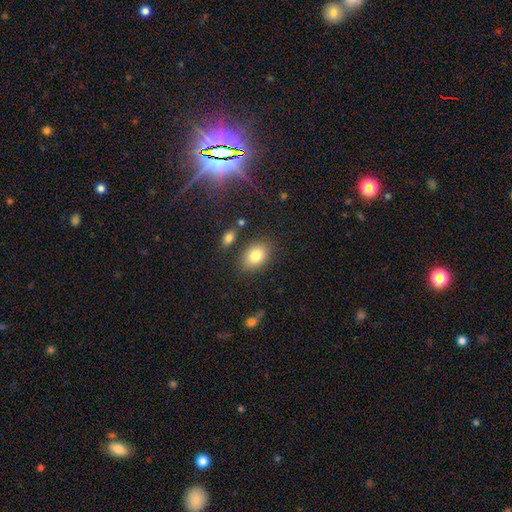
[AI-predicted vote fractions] Morphology: type=smooth (81%); roundness=in between (80%); merging=none (81%).